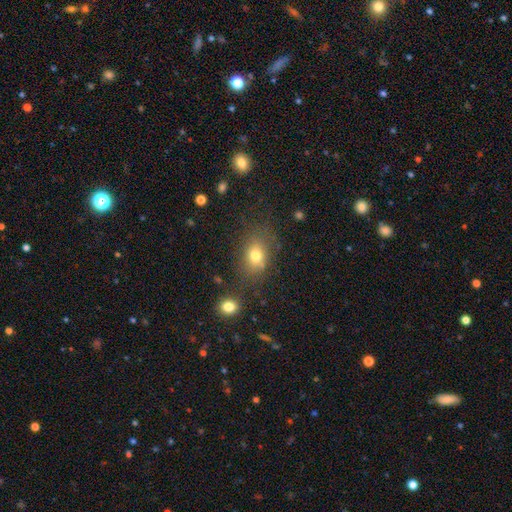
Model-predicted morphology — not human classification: smooth_or_featured: smooth (p=0.75) [alt: star or artifact p=0.14]
how_rounded: in between (p=0.65) [alt: round p=0.33]
merging: none (p=0.68) [alt: minor disturbance p=0.17]